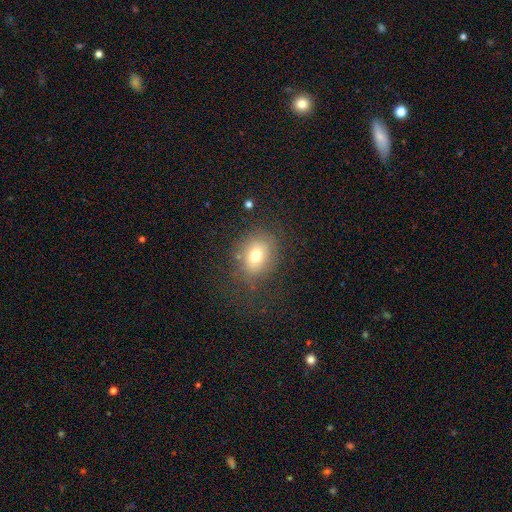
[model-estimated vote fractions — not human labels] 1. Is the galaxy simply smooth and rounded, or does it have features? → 72% smooth, 15% featured or disk, 13% star or artifact.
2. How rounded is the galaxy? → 54% round, 45% in between, 1% cigar-shaped.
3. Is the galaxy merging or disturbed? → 72% none, 16% minor disturbance, 10% major disturbance, 2% merger.